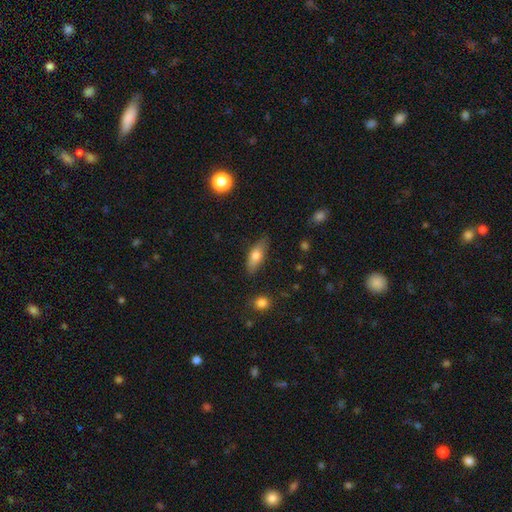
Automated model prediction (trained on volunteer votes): This appears to be a smooth galaxy with no disk features (69%) that is in between round and cigar-shaped (65%). Merging: none (79%).